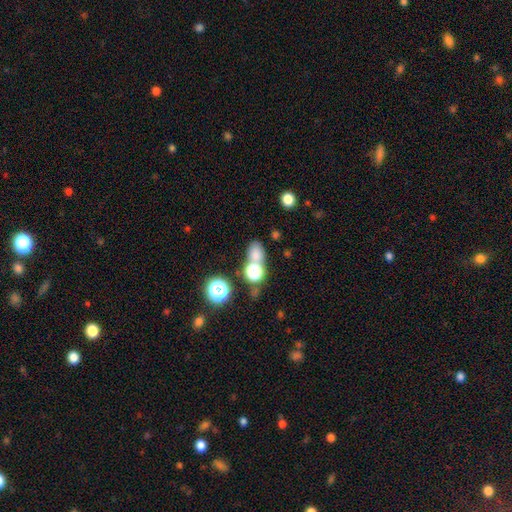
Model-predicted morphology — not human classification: Smooth or featured?
  - smooth: 71% *
  - star or artifact: 21%
  - featured or disk: 8%
How rounded?
  - in between: 57% *
  - round: 41%
  - cigar-shaped: 2%
Merging?
  - none: 54% *
  - merger: 30%
  - minor disturbance: 10%
  - major disturbance: 5%